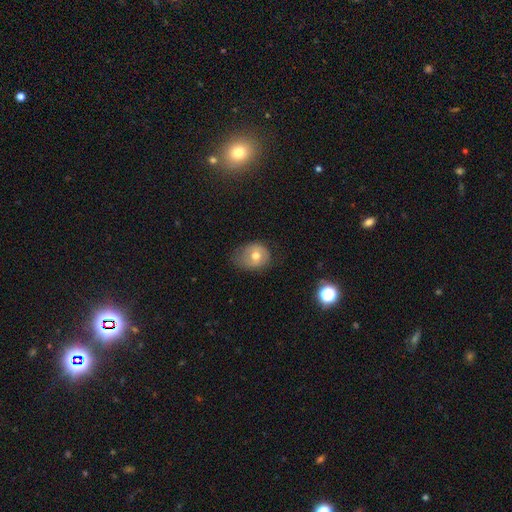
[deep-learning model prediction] A smooth galaxy with no disk features (60%) that is round (54%).

Vote fractions:
- Smooth or featured? smooth: 60% / featured or disk: 31% / star or artifact: 9%
- How rounded? round: 54% / in between: 46% / cigar-shaped: 1%
- Merging? none: 51% / minor disturbance: 34% / major disturbance: 14% / merger: 1%